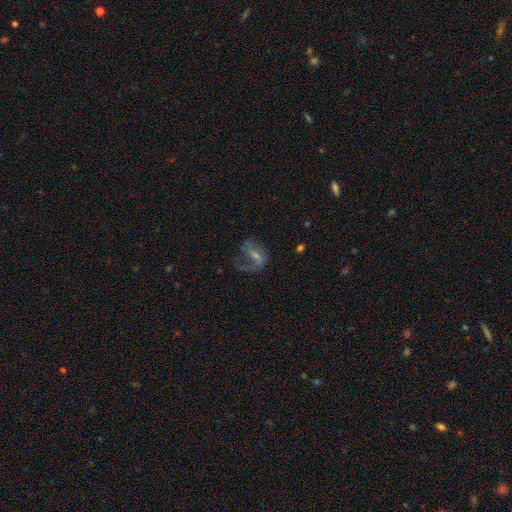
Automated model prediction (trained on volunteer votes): featured or disk 66%, smooth 20%, star or artifact 14%. Down the decision tree: edge-on disk — no (96%); bar — weak (41%); spiral arms — yes (78%); bulge size — small (56%); merging — none (42%).